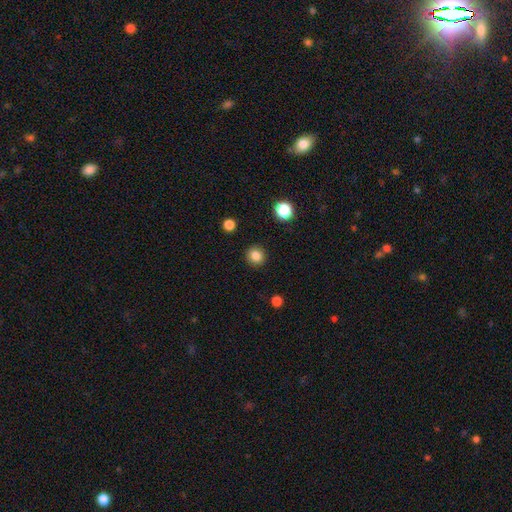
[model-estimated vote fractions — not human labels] Smooth or featured: smooth — 84% (star or artifact — 11%)
How rounded: round — 90% (in between — 9%)
Merging: none — 91% (minor disturbance — 6%)